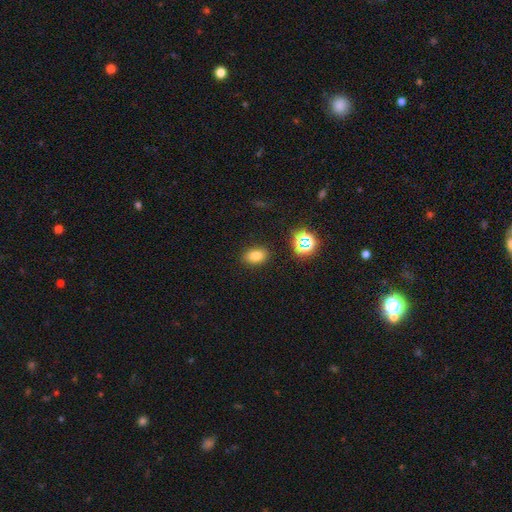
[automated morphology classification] Smooth or featured? Predicted: smooth (p=0.77). How rounded? Predicted: in between (p=0.80). Merging? Predicted: none (p=0.86).